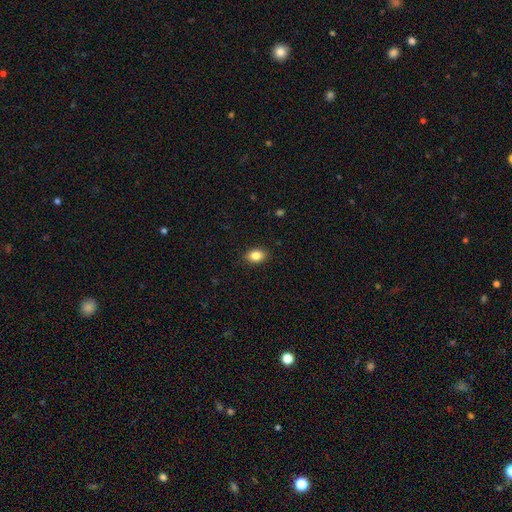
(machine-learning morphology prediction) smooth-or-featured: smooth: 85% | star or artifact: 9% | featured or disk: 6%
  how-rounded: in between: 79% | round: 20% | cigar-shaped: 1%
  merging: none: 89% | minor disturbance: 8% | major disturbance: 2% | merger: 1%